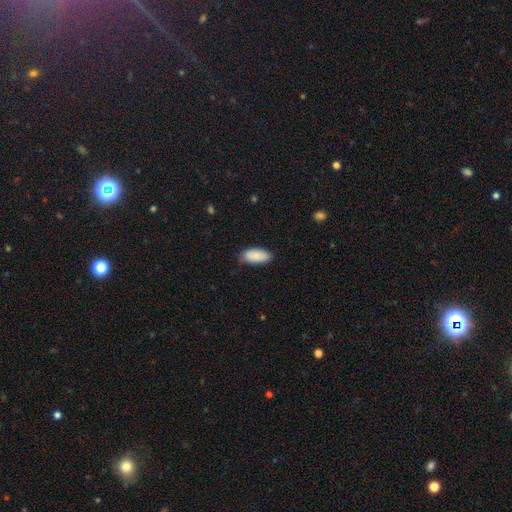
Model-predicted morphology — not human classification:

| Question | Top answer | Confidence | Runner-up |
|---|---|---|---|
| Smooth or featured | smooth | 89% | star or artifact (6%) |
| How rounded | in between | 90% | cigar-shaped (8%) |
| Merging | none | 80% | minor disturbance (17%) |